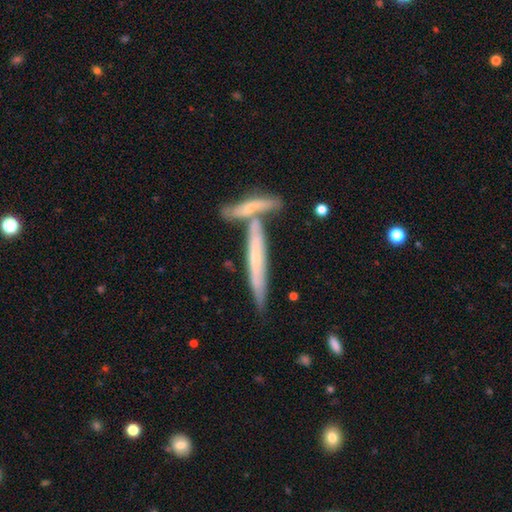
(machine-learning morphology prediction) Smooth or featured?
  - featured or disk: 54% *
  - smooth: 40%
  - star or artifact: 6%
Edge-on disk?
  - yes: 88% *
  - no: 12%
Merging?
  - none: 55% *
  - merger: 30%
  - minor disturbance: 11%
  - major disturbance: 3%